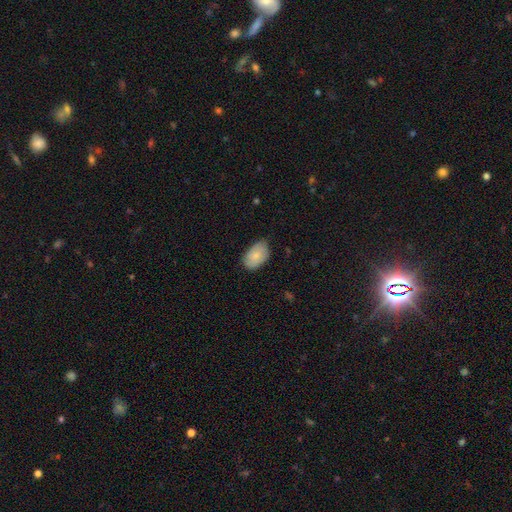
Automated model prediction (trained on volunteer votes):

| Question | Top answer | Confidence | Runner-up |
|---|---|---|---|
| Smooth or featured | smooth | 82% | featured or disk (11%) |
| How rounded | in between | 91% | round (8%) |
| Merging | none | 69% | minor disturbance (27%) |